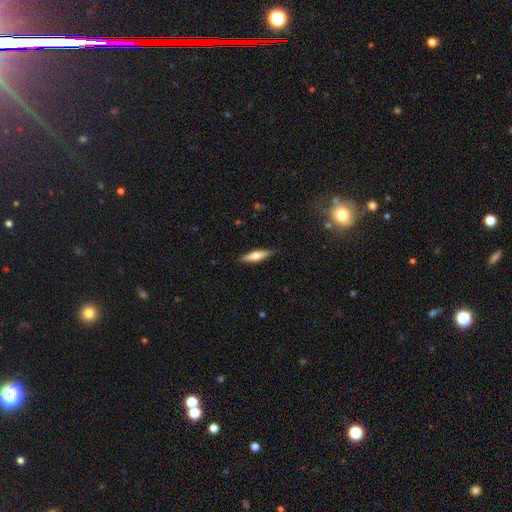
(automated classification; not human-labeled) Smooth or featured? smooth (52%)
How rounded? cigar-shaped (78%)
Merging? none (89%)